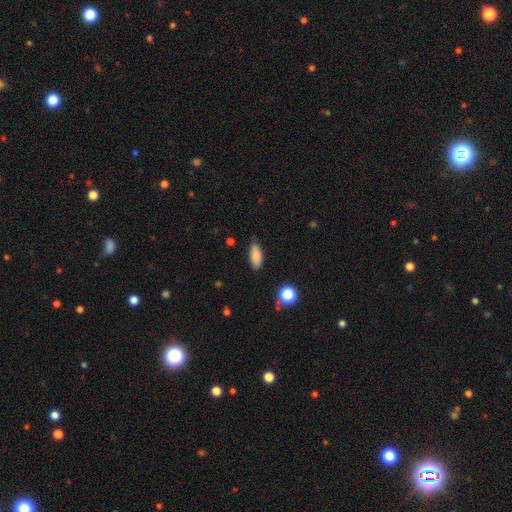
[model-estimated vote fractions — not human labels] Morphology: type=smooth (85%); roundness=in between (80%); merging=none (78%).